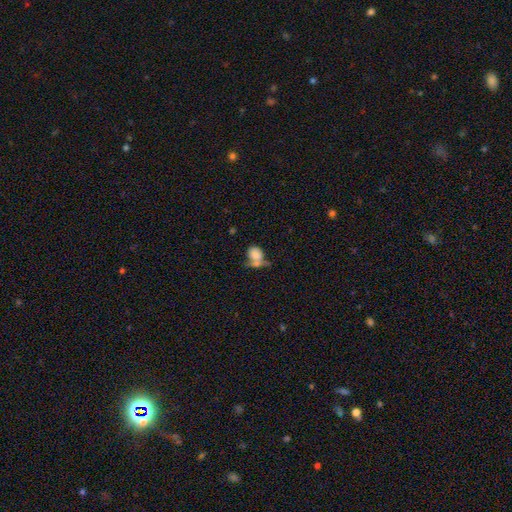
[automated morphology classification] smooth-or-featured: smooth: 75% | featured or disk: 16% | star or artifact: 9%
  how-rounded: in between: 53% | round: 45% | cigar-shaped: 2%
  merging: merger: 44% | none: 26% | major disturbance: 15% | minor disturbance: 15%